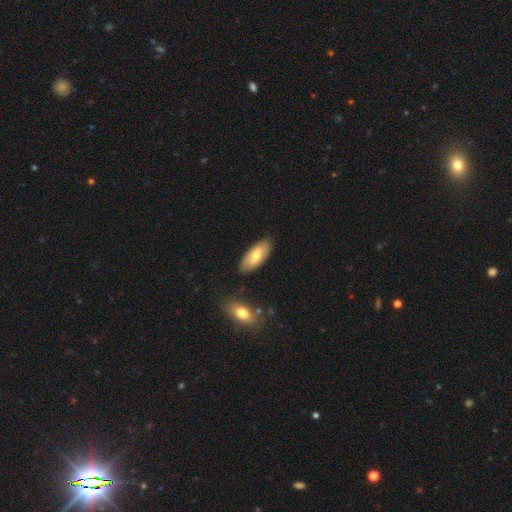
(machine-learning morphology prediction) Smooth or featured: smooth — 71% (featured or disk — 24%)
How rounded: in between — 86% (cigar-shaped — 12%)
Merging: none — 84% (minor disturbance — 11%)